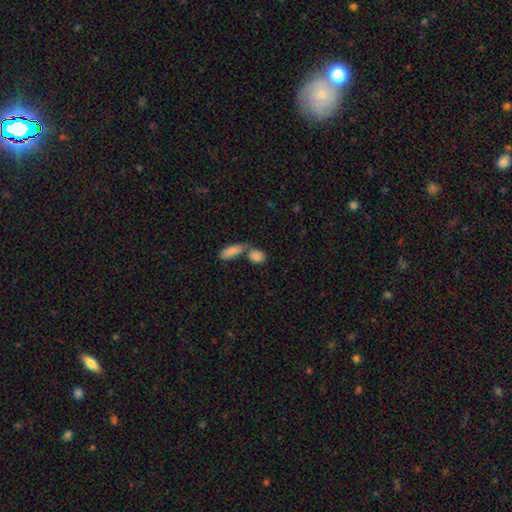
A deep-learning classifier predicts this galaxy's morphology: smooth_or_featured: smooth (p=0.85) [alt: star or artifact p=0.08]
how_rounded: in between (p=0.70) [alt: round p=0.22]
merging: merger (p=0.44) [alt: none p=0.43]